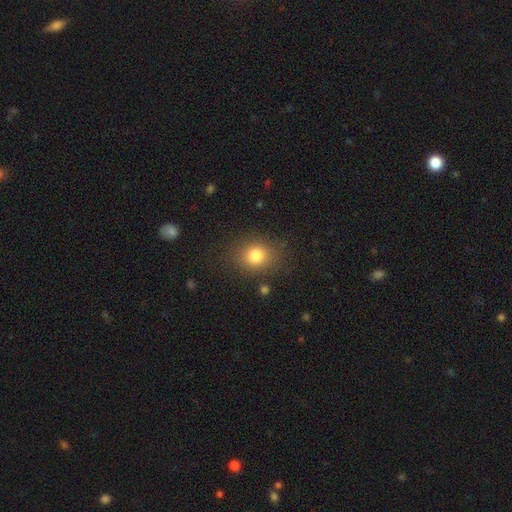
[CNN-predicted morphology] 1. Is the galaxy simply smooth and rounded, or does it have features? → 80% smooth, 12% star or artifact, 8% featured or disk.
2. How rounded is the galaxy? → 66% round, 33% in between, 1% cigar-shaped.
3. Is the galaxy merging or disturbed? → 83% none, 11% minor disturbance, 4% major disturbance, 2% merger.